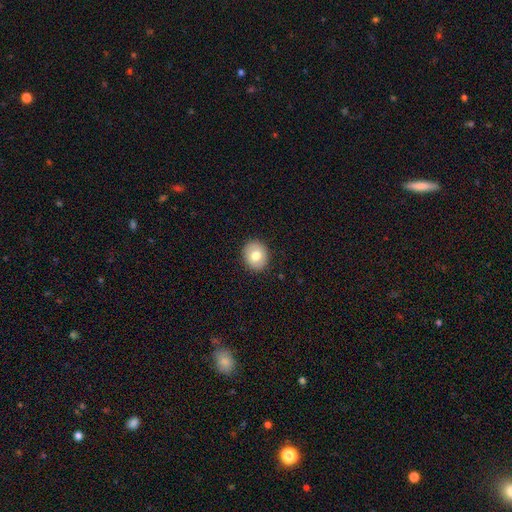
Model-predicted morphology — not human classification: Smooth or featured: smooth — 74% (featured or disk — 18%)
How rounded: round — 73% (in between — 26%)
Merging: none — 91% (minor disturbance — 7%)